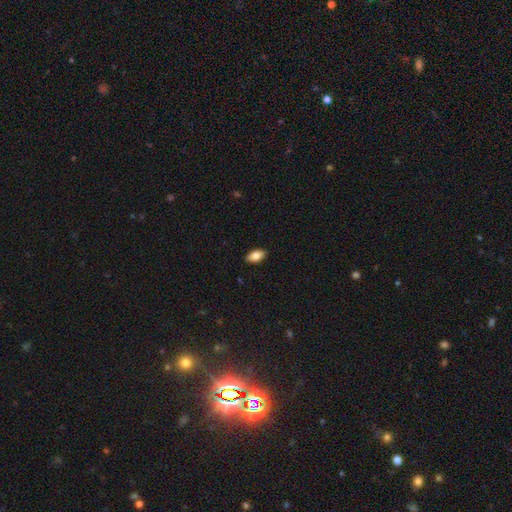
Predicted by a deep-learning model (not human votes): Overall: smooth (83%). How rounded: in between (92%). Merging: none (90%).